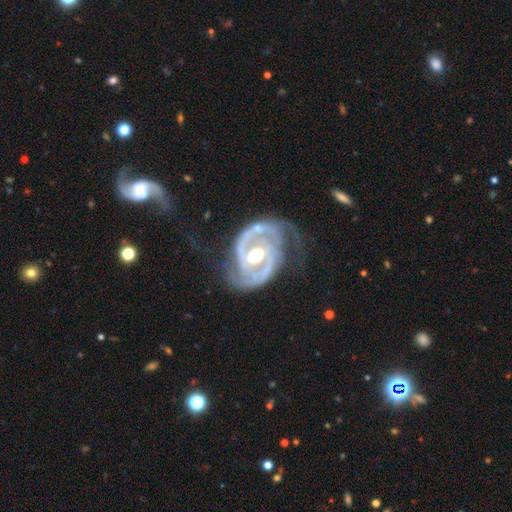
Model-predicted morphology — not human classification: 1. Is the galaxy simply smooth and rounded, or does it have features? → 92% featured or disk, 4% star or artifact, 4% smooth.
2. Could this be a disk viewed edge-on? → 98% no, 2% yes.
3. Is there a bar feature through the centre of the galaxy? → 42% weak, 37% no, 22% strong.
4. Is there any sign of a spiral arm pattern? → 97% yes, 3% no.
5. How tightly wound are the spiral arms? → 47% medium, 40% tight, 13% loose.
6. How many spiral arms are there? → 76% 2, 8% 3, 7% can't tell, 3% 1, 3% 4, 3% more than 4.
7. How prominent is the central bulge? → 72% moderate, 19% large, 6% small, 1% dominant, 1% none.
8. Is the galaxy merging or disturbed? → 58% none, 23% minor disturbance, 16% major disturbance, 2% merger.